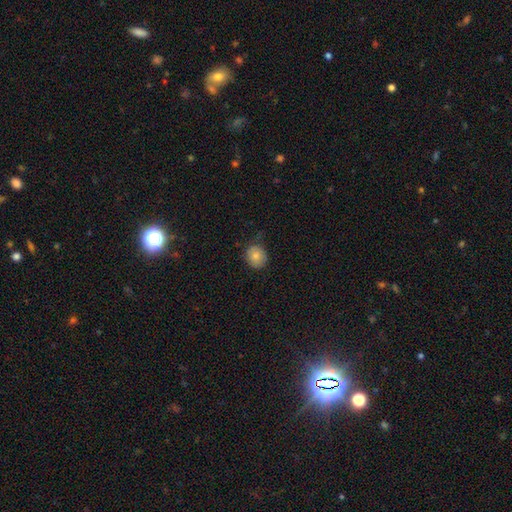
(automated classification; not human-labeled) smooth-or-featured: smooth: 79% | featured or disk: 11% | star or artifact: 10%
  how-rounded: round: 78% | in between: 21% | cigar-shaped: 1%
  merging: none: 70% | minor disturbance: 24% | major disturbance: 5% | merger: 1%